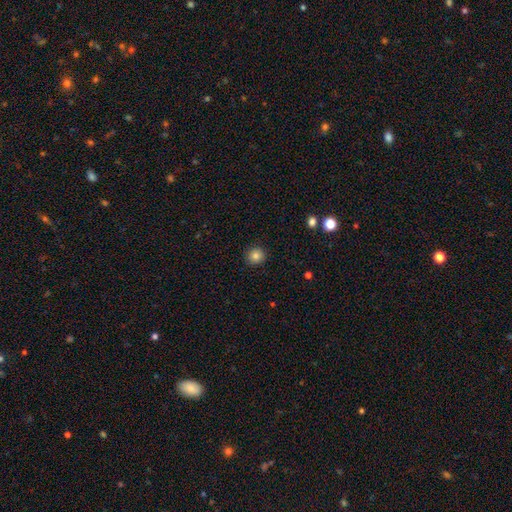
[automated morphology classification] Overall: smooth (82%). How rounded: round (91%). Merging: none (91%).